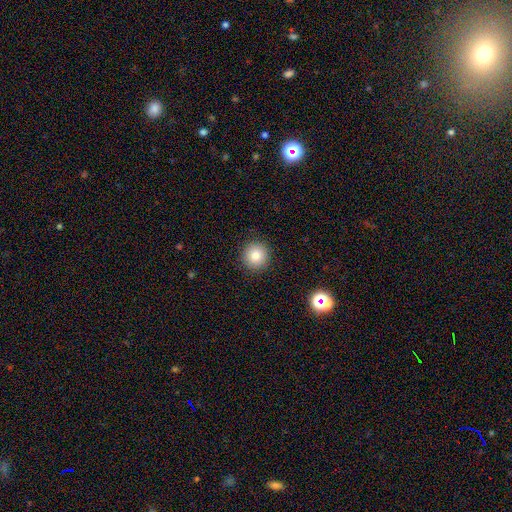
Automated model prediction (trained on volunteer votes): Smooth or featured?
  - smooth: 82% *
  - star or artifact: 11%
  - featured or disk: 7%
How rounded?
  - round: 94% *
  - in between: 5%
  - cigar-shaped: 1%
Merging?
  - none: 92% *
  - minor disturbance: 5%
  - major disturbance: 2%
  - merger: 1%